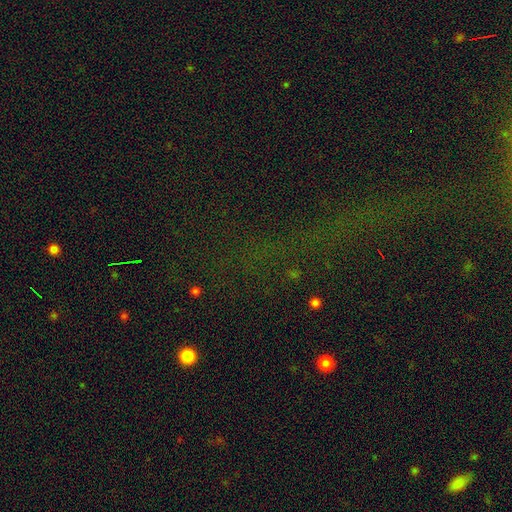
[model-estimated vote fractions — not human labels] Smooth or featured? star or artifact (70%)